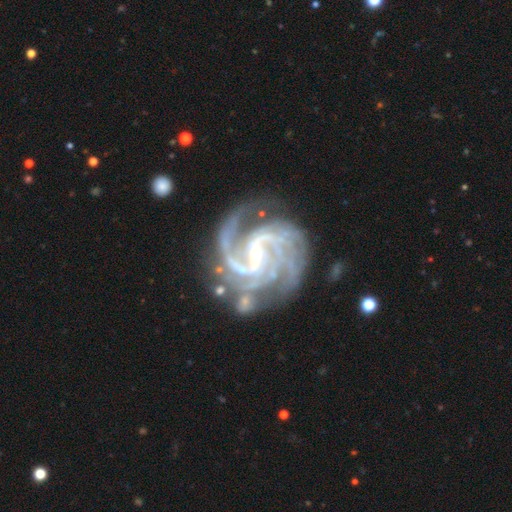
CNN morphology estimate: Smooth or featured? featured or disk (93%)
Edge-on disk? no (98%)
Bar? weak (42%)
Spiral arms? yes (99%)
Spiral winding? medium (51%)
Spiral arm count? 3 (32%)
Bulge size? small (84%)
Merging? none (67%)